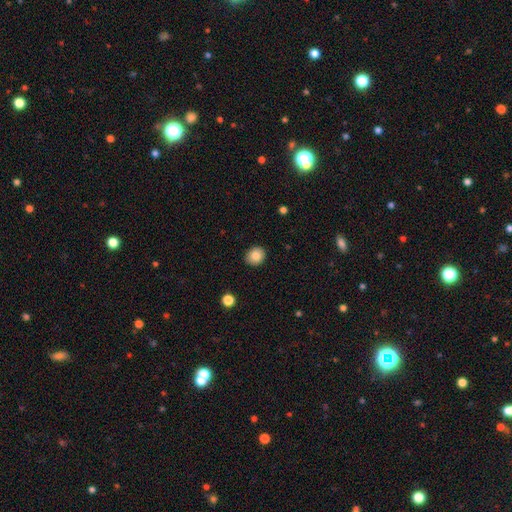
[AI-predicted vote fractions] A smooth galaxy with no disk features (85%) that is round (71%).

Vote fractions:
- Smooth or featured? smooth: 85% / star or artifact: 9% / featured or disk: 6%
- How rounded? round: 71% / in between: 28% / cigar-shaped: 1%
- Merging? none: 90% / minor disturbance: 7% / major disturbance: 2% / merger: 1%